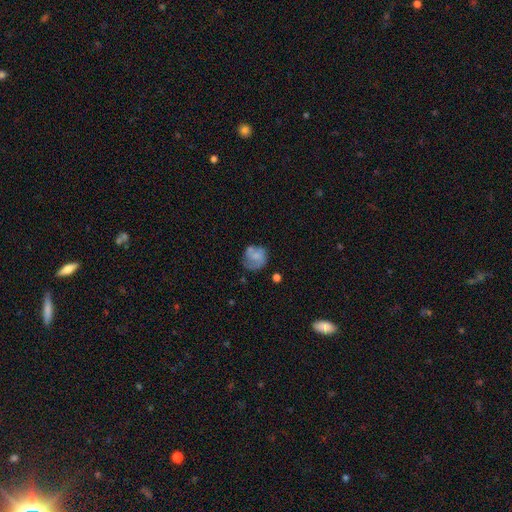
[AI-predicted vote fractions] Smooth or featured? smooth (53%)
How rounded? round (75%)
Merging? none (49%)